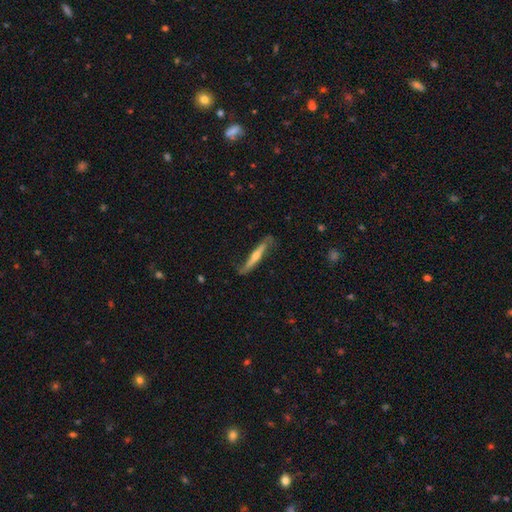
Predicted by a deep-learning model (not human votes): Overall: featured or disk (64%; smooth 30%). Edge-on disk: yes (79%). Edge-on bulge: rounded (60%; none 28%). Merging: none (68%).